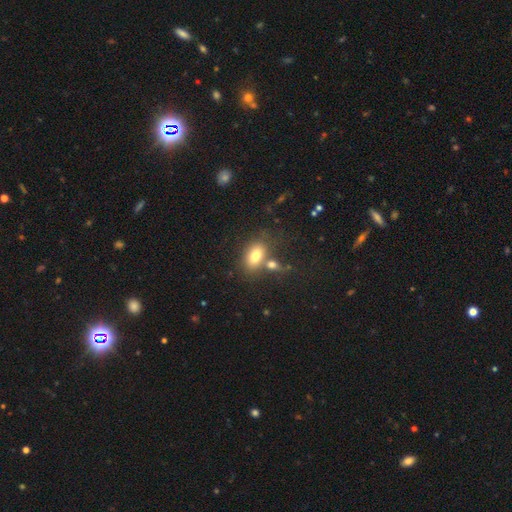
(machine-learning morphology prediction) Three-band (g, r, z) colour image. It shows a smooth galaxy with no disk features (77%) that is in between round and cigar-shaped (86%). Merging: none (56%).